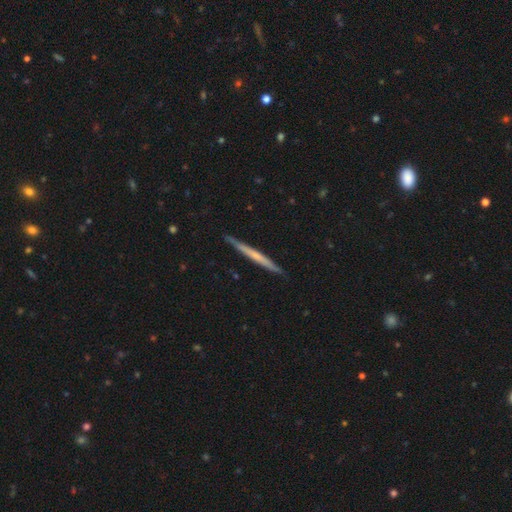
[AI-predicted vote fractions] smooth-or-featured: featured or disk: 53% | smooth: 41% | star or artifact: 5%
  disk-edge-on: yes: 97% | no: 3%
    edge-on-bulge: none: 77% | rounded: 17% | boxy: 6%
  merging: none: 90% | minor disturbance: 7% | major disturbance: 1% | merger: 1%